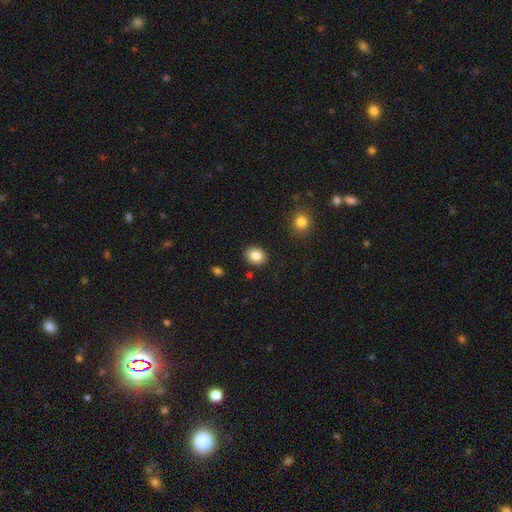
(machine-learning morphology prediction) Smooth or featured: smooth — 85% (star or artifact — 9%)
How rounded: round — 59% (in between — 41%)
Merging: none — 89% (minor disturbance — 7%)